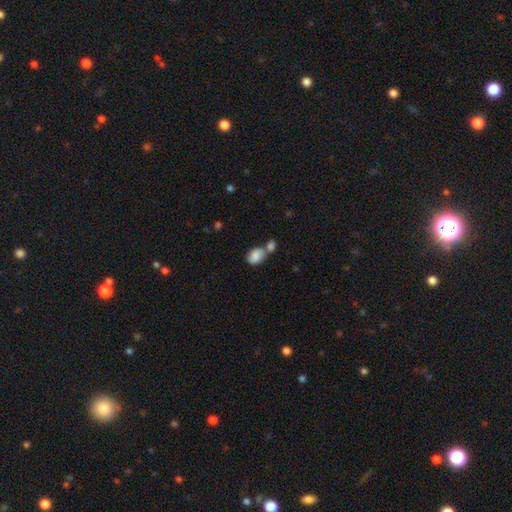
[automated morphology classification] Smooth or featured?
  - smooth: 83% *
  - featured or disk: 10%
  - star or artifact: 7%
How rounded?
  - in between: 73% *
  - round: 26%
  - cigar-shaped: 1%
Merging?
  - merger: 55% *
  - none: 29%
  - minor disturbance: 11%
  - major disturbance: 5%